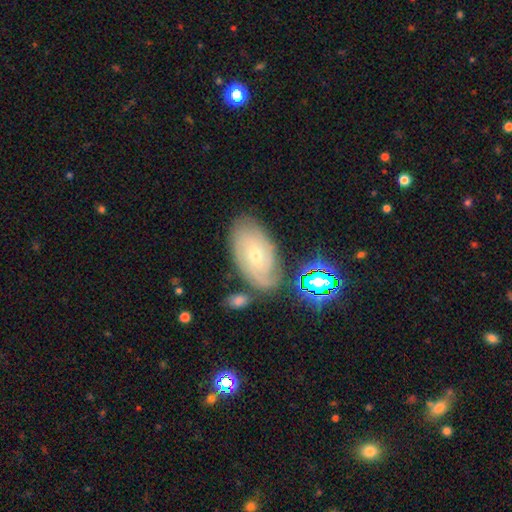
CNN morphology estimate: smooth-or-featured: featured or disk: 66% | smooth: 24% | star or artifact: 10%
  disk-edge-on: no: 93% | yes: 7%
    bar: no: 51% | weak: 40% | strong: 9%
    has-spiral-arms: yes: 86% | no: 14%
      spiral-winding: tight: 67% | medium: 25% | loose: 8%
      spiral-arm-count: can't tell: 49% | 2: 24% | 3: 12% | 4: 7% | 1: 4% | more than 4: 4%
    bulge-size: small: 59% | moderate: 38% | large: 1% | none: 1% | dominant: 1%
  merging: none: 68% | minor disturbance: 19% | merger: 8% | major disturbance: 6%